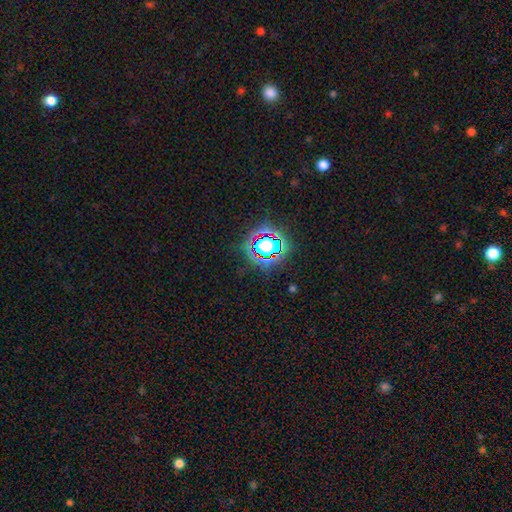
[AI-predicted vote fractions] star or artifact 74%, smooth 16%, featured or disk 10%.